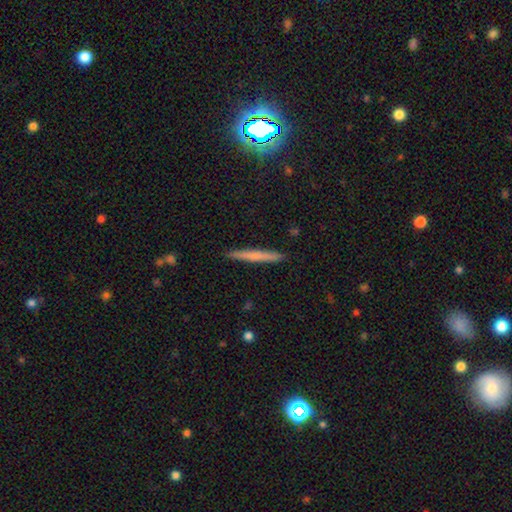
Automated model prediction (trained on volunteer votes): Morphology: type=smooth (62%); roundness=cigar-shaped (96%); merging=none (91%).